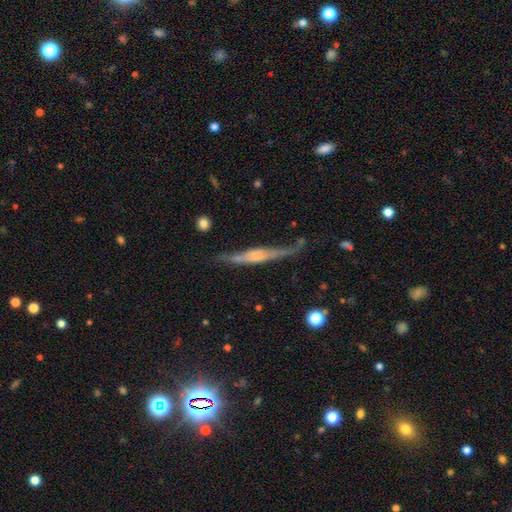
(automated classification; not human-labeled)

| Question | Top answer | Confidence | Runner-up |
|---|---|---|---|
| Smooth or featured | featured or disk | 68% | smooth (25%) |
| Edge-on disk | yes | 86% | no (14%) |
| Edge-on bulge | boxy | 38% | rounded (37%) |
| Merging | none | 51% | minor disturbance (28%) |